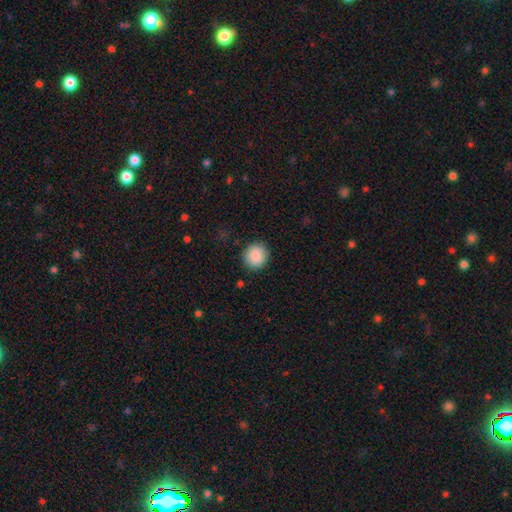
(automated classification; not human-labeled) smooth-or-featured: smooth: 89% | star or artifact: 8% | featured or disk: 4%
  how-rounded: round: 88% | in between: 11% | cigar-shaped: 1%
  merging: none: 89% | minor disturbance: 7% | major disturbance: 2% | merger: 1%